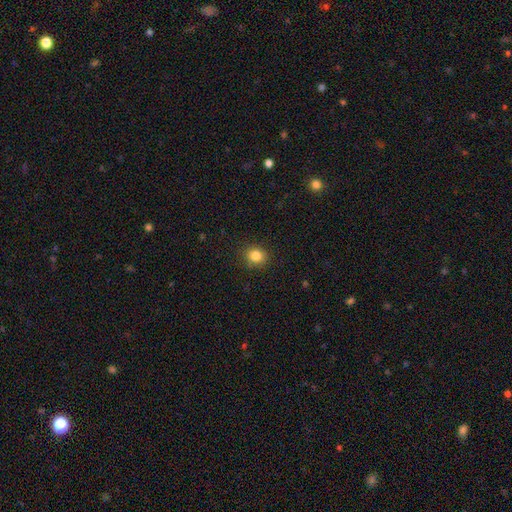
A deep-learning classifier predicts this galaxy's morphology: A smooth galaxy with no disk features (84%) that is round (78%).

Vote fractions:
- Smooth or featured? smooth: 84% / star or artifact: 11% / featured or disk: 5%
- How rounded? round: 78% / in between: 21% / cigar-shaped: 1%
- Merging? none: 88% / minor disturbance: 8% / major disturbance: 2% / merger: 1%